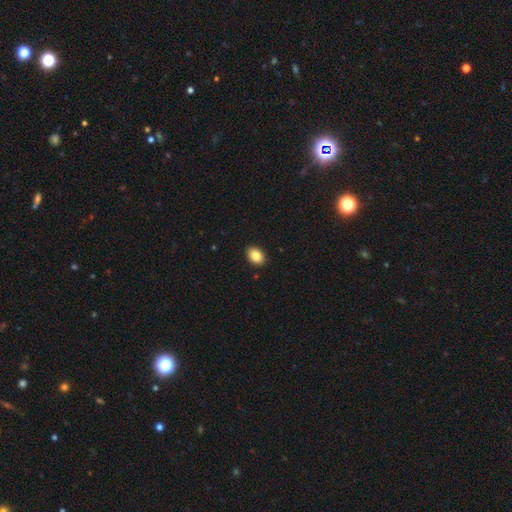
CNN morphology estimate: A smooth galaxy with no disk features (86%) that is in between round and cigar-shaped (80%).

Vote fractions:
- Smooth or featured? smooth: 86% / star or artifact: 8% / featured or disk: 6%
- How rounded? in between: 80% / round: 18% / cigar-shaped: 1%
- Merging? none: 91% / minor disturbance: 7% / major disturbance: 2% / merger: 1%